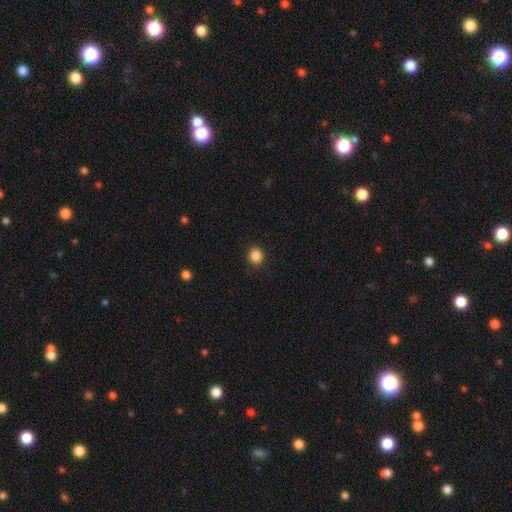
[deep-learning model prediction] This appears to be a smooth galaxy with no disk features (87%) that is round (83%). Merging: none (91%).